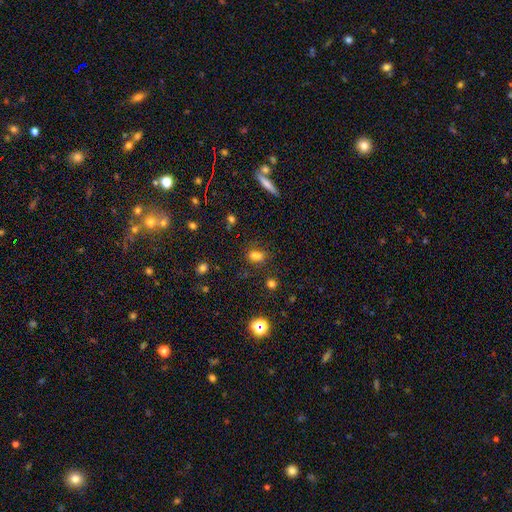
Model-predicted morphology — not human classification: Smooth or featured: smooth — 73% (star or artifact — 19%)
How rounded: in between — 72% (round — 22%)
Merging: none — 66% (minor disturbance — 16%)